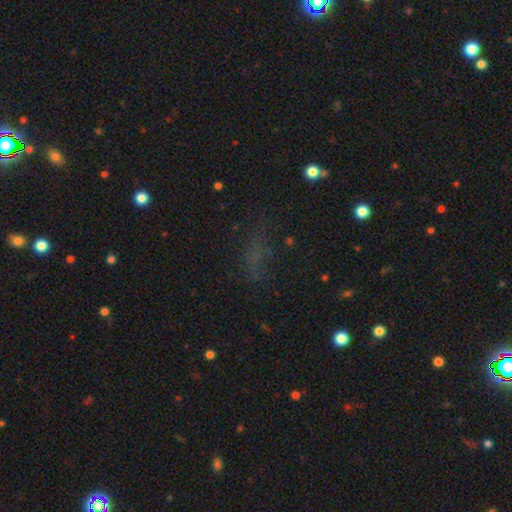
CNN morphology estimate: smooth-or-featured: smooth: 45% | star or artifact: 38% | featured or disk: 17%
  merging: none: 59% | major disturbance: 19% | minor disturbance: 18% | merger: 4%